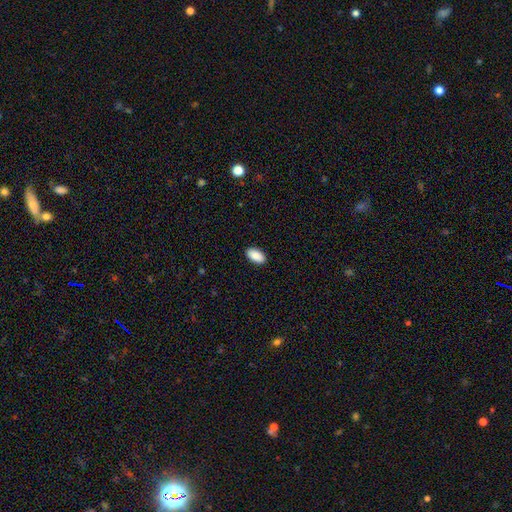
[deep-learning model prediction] smooth-or-featured: smooth: 89% | star or artifact: 7% | featured or disk: 4%
  how-rounded: in between: 94% | cigar-shaped: 3% | round: 3%
  merging: none: 90% | minor disturbance: 7% | major disturbance: 2% | merger: 1%